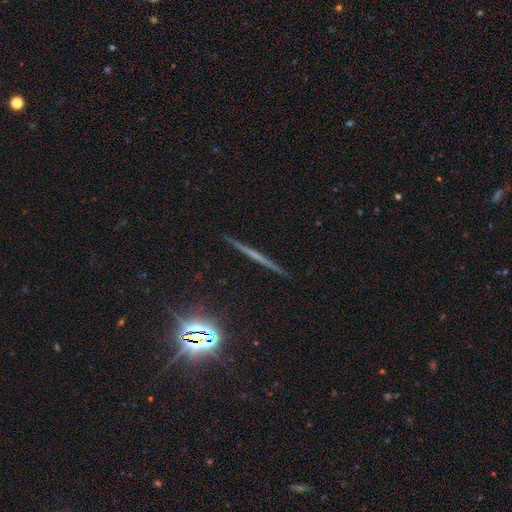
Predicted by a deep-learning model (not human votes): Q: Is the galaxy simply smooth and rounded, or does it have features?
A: featured or disk — 52%.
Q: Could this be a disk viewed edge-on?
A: yes — 97%.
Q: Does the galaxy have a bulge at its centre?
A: none — 77%.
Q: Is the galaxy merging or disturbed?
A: none — 92%.